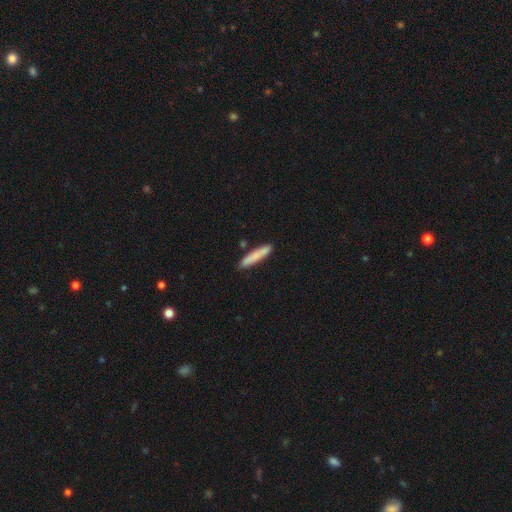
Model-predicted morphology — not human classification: Smooth or featured?
  - smooth: 81% *
  - featured or disk: 14%
  - star or artifact: 6%
How rounded?
  - cigar-shaped: 89% *
  - in between: 9%
  - round: 1%
Merging?
  - none: 83% *
  - minor disturbance: 11%
  - merger: 4%
  - major disturbance: 2%